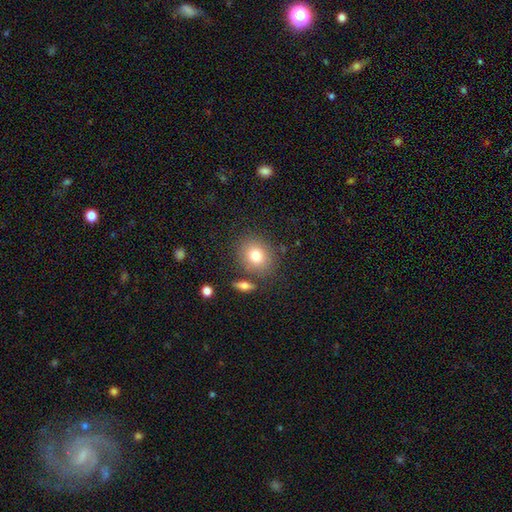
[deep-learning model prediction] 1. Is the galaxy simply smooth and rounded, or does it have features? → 78% smooth, 12% featured or disk, 10% star or artifact.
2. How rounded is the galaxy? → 66% round, 33% in between, 1% cigar-shaped.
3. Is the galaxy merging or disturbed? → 78% none, 11% minor disturbance, 8% merger, 4% major disturbance.